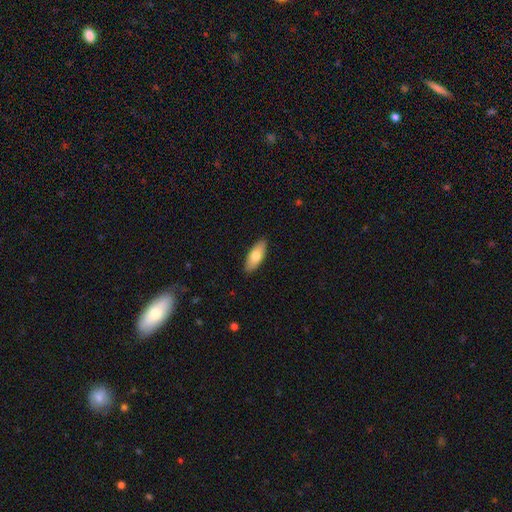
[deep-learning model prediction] A smooth galaxy with no disk features (75%) that is in between round and cigar-shaped (77%).

Vote fractions:
- Smooth or featured? smooth: 75% / featured or disk: 20% / star or artifact: 6%
- How rounded? in between: 77% / cigar-shaped: 21% / round: 2%
- Merging? none: 89% / minor disturbance: 8% / major disturbance: 2% / merger: 1%